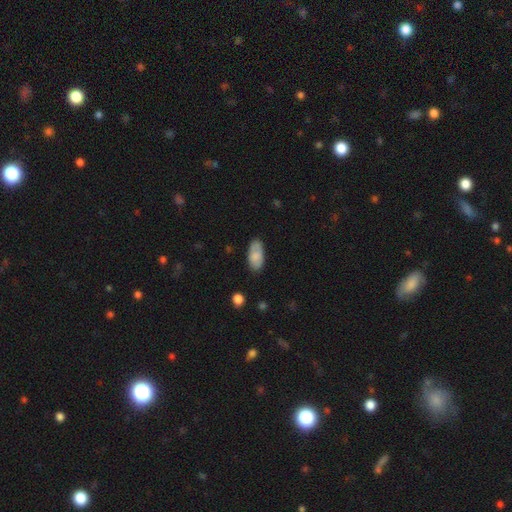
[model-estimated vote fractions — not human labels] smooth 76%, featured or disk 17%, star or artifact 7%. Down the decision tree: how rounded — in between (93%); merging — none (76%).